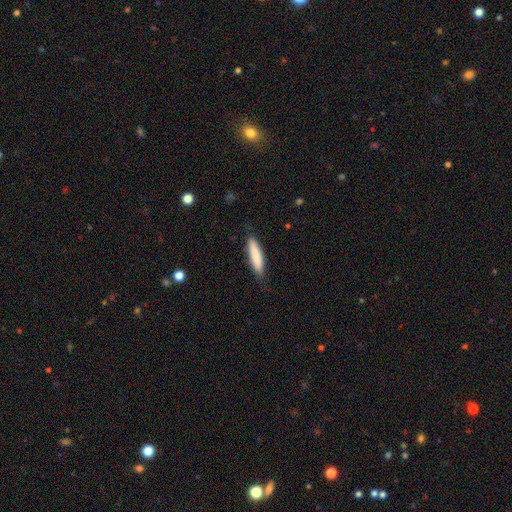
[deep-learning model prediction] Smooth or featured? Predicted: smooth (p=0.83). How rounded? Predicted: cigar-shaped (p=0.78). Merging? Predicted: none (p=0.79).